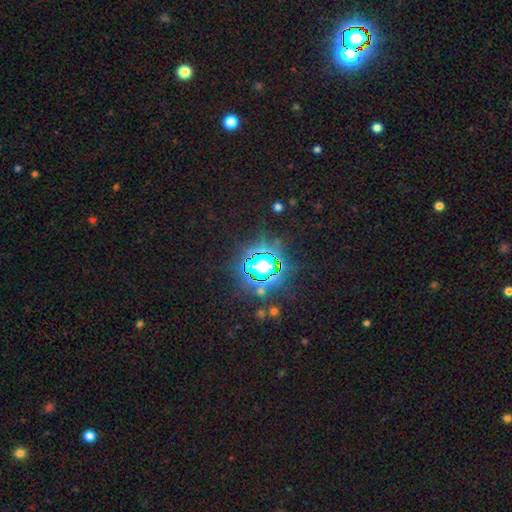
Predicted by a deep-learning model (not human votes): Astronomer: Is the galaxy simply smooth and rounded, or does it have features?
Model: star or artifact — 82%.